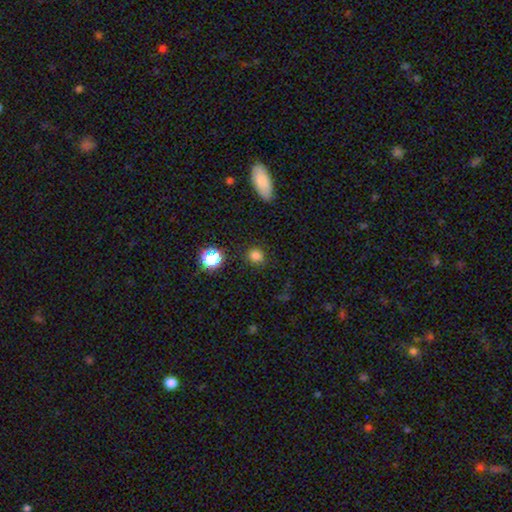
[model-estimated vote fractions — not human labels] Overall: smooth (79%). How rounded: round (82%). Merging: none (87%).